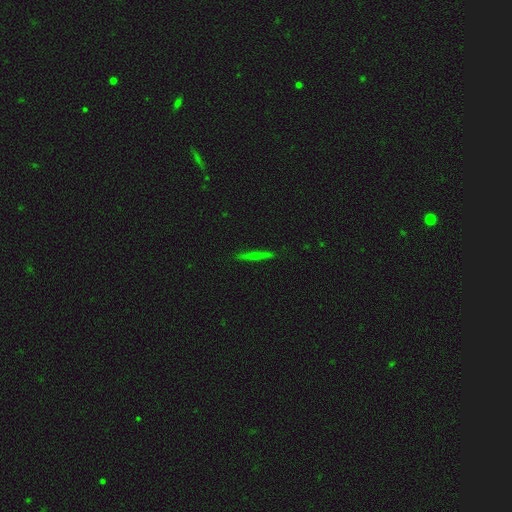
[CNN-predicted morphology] Overall: smooth (47%; featured or disk 44%). Merging: none (91%).